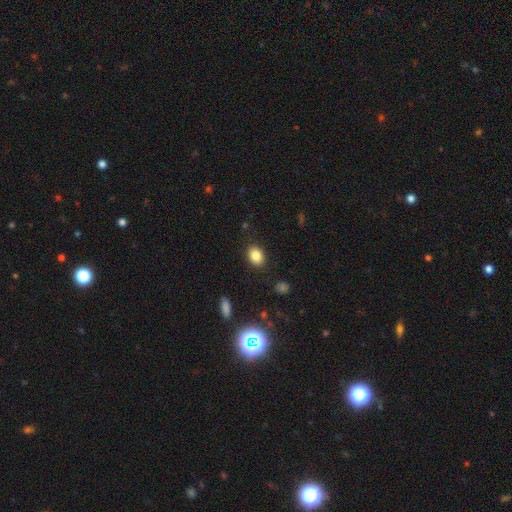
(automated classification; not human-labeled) Overall: smooth (84%). How rounded: in between (73%). Merging: none (87%).